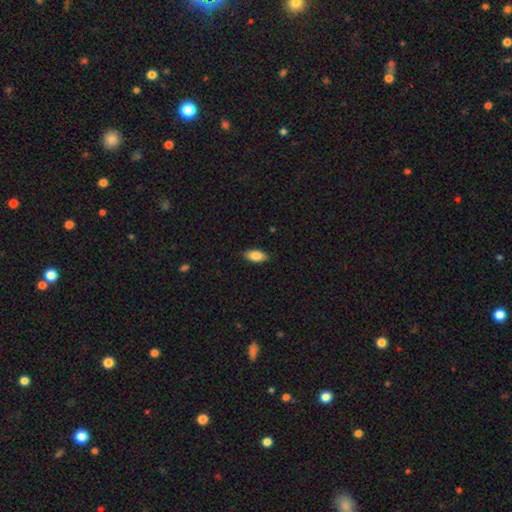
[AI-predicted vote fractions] Smooth or featured? Predicted: smooth (p=0.84). How rounded? Predicted: in between (p=0.91). Merging? Predicted: none (p=0.87).